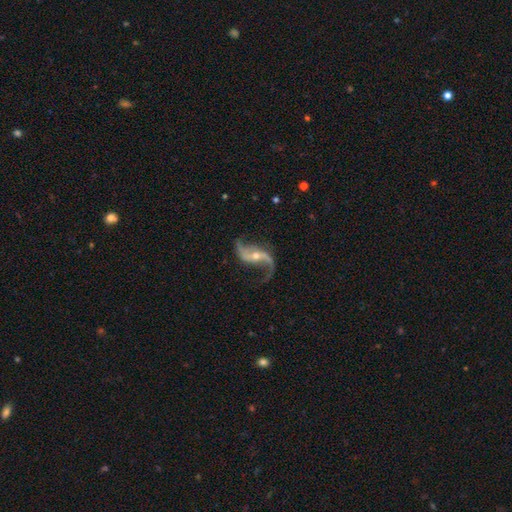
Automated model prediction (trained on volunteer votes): featured or disk 92%, star or artifact 5%, smooth 4%. Down the decision tree: edge-on disk — no (97%); bar — no (38%); spiral arms — yes (97%); spiral arm count — 2 (93%); spiral winding — loose (88%); bulge size — small (51%); merging — none (75%).